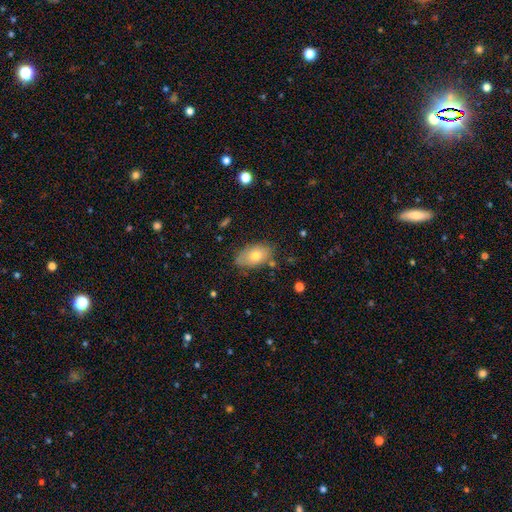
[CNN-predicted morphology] Q: Smooth or featured?
A: smooth (71%); runner-up: featured or disk (21%)
Q: How rounded?
A: in between (90%); runner-up: round (8%)
Q: Merging?
A: none (73%); runner-up: minor disturbance (19%)